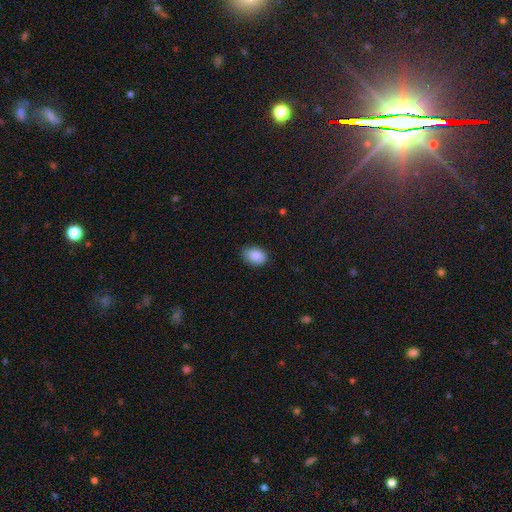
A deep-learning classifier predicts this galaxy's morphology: Smooth or featured? smooth (88%)
How rounded? in between (80%)
Merging? none (78%)